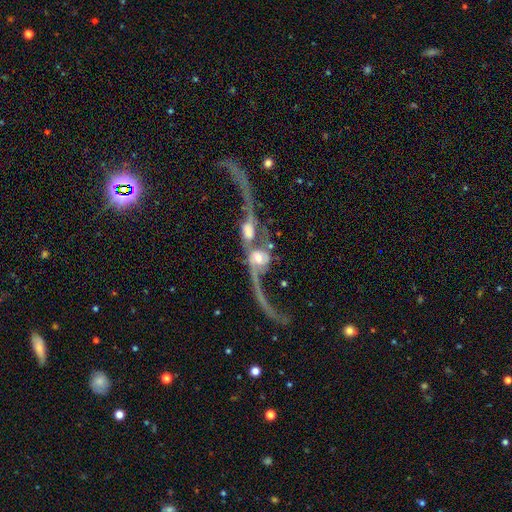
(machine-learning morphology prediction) The model was most divided on "bulge size": small: 40%, moderate: 39%, none: 9%, large: 7%, dominant: 4%. Remaining: spiral winding — loose (94%); edge-on disk — no (86%); spiral arms — yes (84%); spiral arm count — 2 (84%); smooth or featured — featured or disk (78%); bar — no (61%); merging — merger (37%).